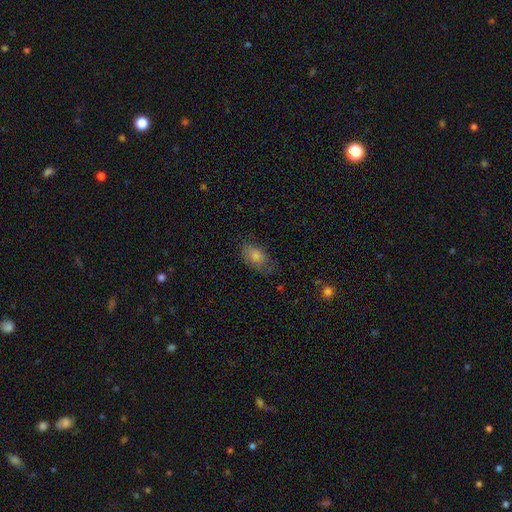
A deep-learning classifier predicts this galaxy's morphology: type=smooth (66%); roundness=in between (85%); merging=none (65%).